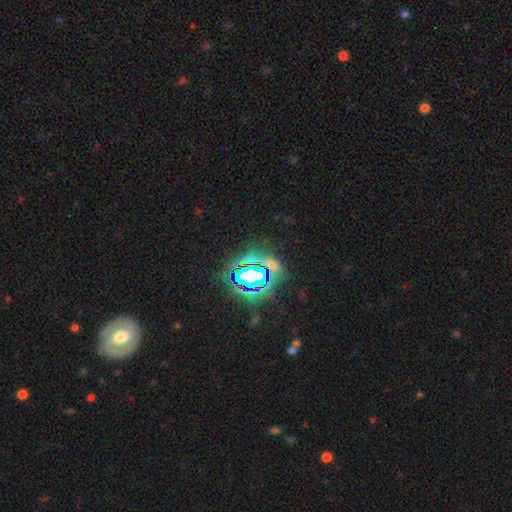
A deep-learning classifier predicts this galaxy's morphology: Smooth or featured?
  - star or artifact: 77% *
  - smooth: 13%
  - featured or disk: 10%